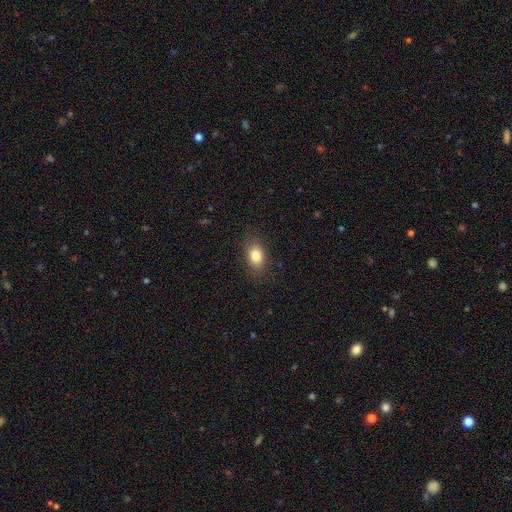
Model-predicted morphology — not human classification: smooth 82%, star or artifact 9%, featured or disk 8%. Down the decision tree: how rounded — in between (79%); merging — none (85%).